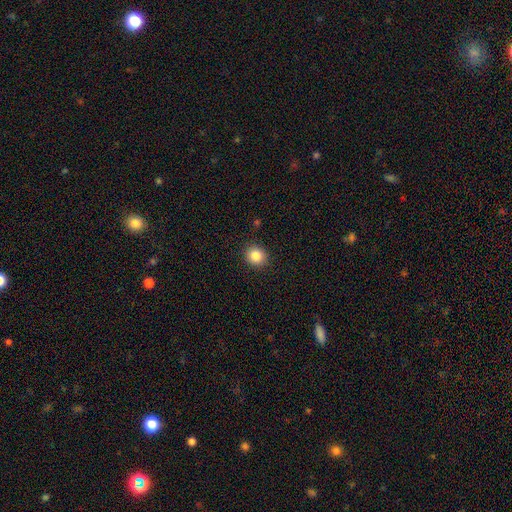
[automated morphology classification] Smooth or featured?
  - smooth: 85% *
  - star or artifact: 10%
  - featured or disk: 5%
How rounded?
  - round: 83% *
  - in between: 16%
  - cigar-shaped: 1%
Merging?
  - none: 90% *
  - minor disturbance: 7%
  - major disturbance: 2%
  - merger: 1%